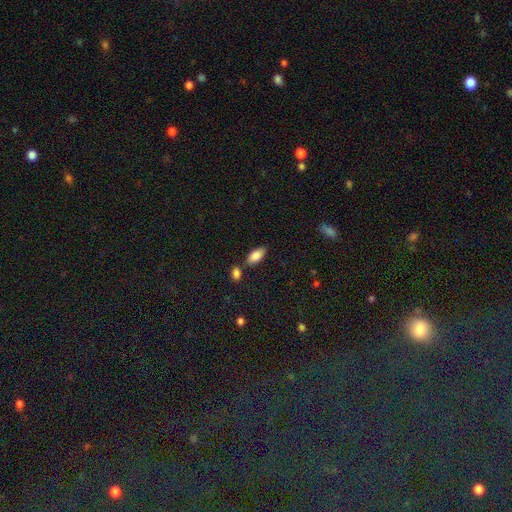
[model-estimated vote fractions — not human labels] This appears to be a smooth galaxy with no disk features (86%) that is in between round and cigar-shaped (89%). Merging: none (73%).